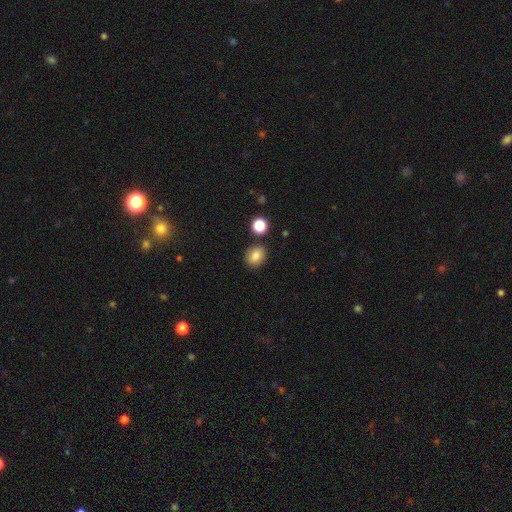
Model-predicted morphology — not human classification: Smooth or featured? Predicted: smooth (p=0.83). How rounded? Predicted: round (p=0.50). Merging? Predicted: none (p=0.83).